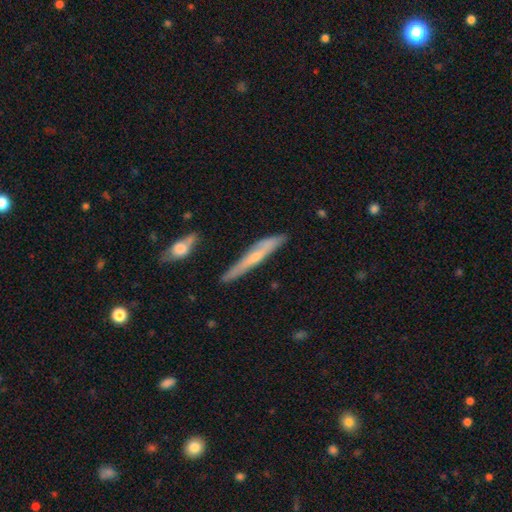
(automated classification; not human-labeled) Q: Smooth or featured?
A: featured or disk (54%); runner-up: smooth (40%)
Q: Edge-on disk?
A: yes (88%); runner-up: no (12%)
Q: Merging?
A: none (74%); runner-up: minor disturbance (19%)